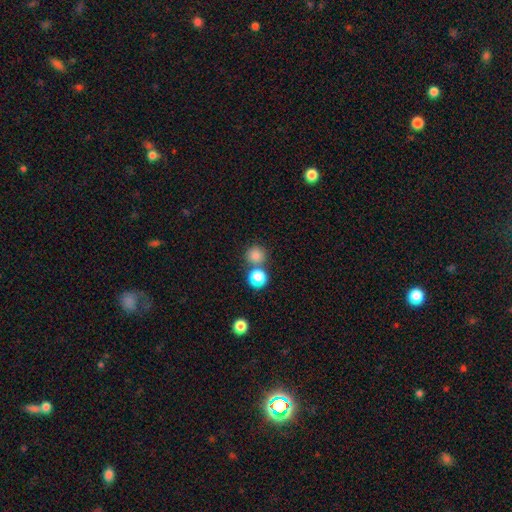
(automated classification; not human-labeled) This is clearly a smooth galaxy (81%). How rounded: clearly round (92%). Merging: likely none (67%).